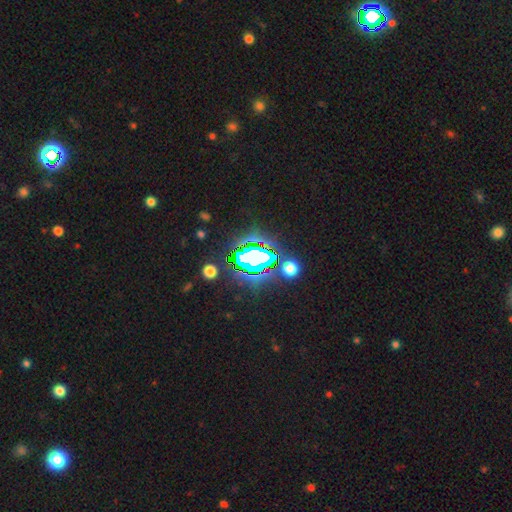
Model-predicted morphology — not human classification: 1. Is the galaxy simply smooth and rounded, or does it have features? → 69% star or artifact, 18% smooth, 13% featured or disk.